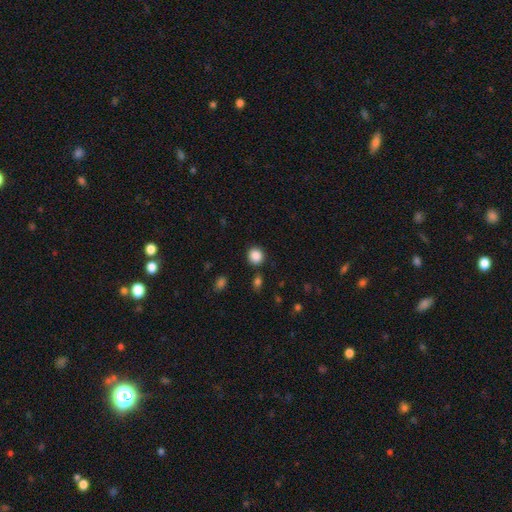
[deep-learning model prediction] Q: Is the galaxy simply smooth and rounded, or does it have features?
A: smooth — 87%.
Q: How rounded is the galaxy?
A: round — 89%.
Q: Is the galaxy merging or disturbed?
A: none — 87%.